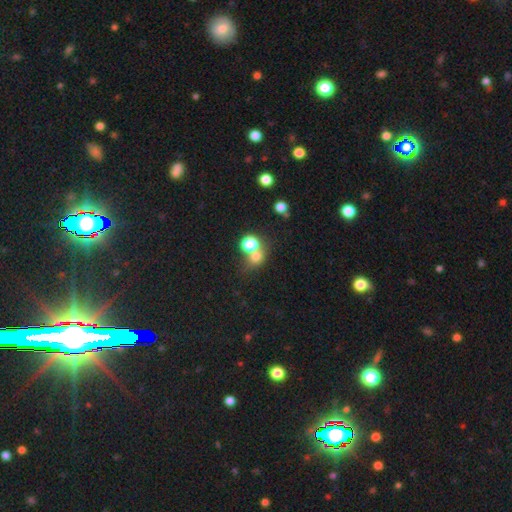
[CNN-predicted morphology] smooth 69%, star or artifact 20%, featured or disk 11%. Down the decision tree: how rounded — round (71%); merging — none (44%).